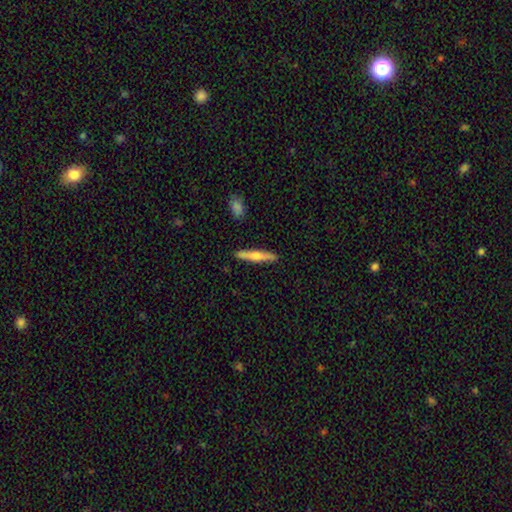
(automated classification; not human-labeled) Morphology: type=featured or disk (48%); merging=none (90%).